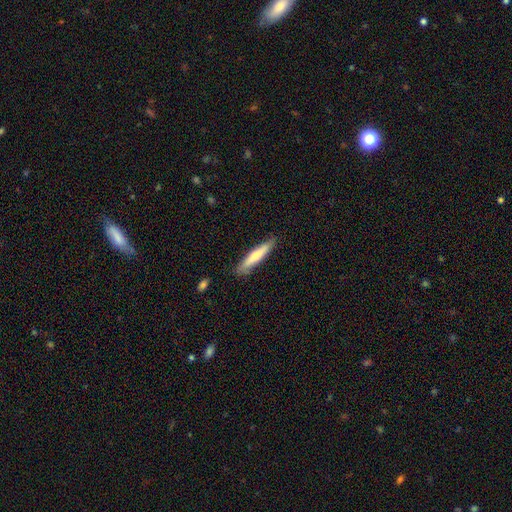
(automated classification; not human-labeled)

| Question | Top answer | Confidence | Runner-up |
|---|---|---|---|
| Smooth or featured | smooth | 67% | featured or disk (28%) |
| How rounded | cigar-shaped | 89% | in between (10%) |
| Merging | none | 83% | minor disturbance (13%) |